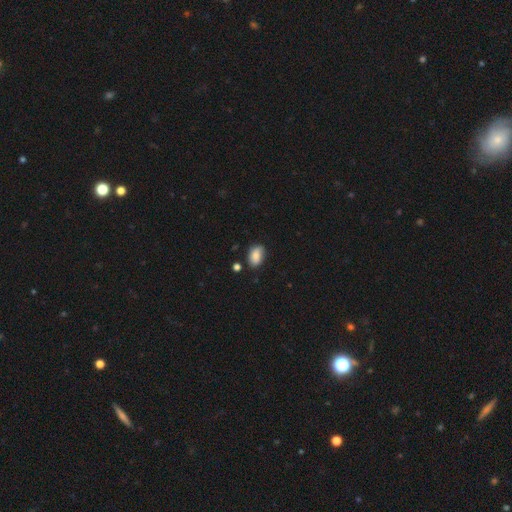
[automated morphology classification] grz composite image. It shows a smooth galaxy with no disk features (82%) that is in between round and cigar-shaped (89%). Merging: none (75%).